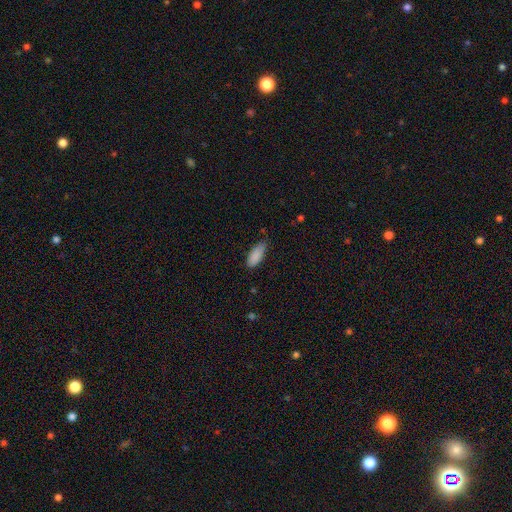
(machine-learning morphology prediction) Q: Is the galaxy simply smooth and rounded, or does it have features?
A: smooth — 89%.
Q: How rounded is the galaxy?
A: in between — 79%.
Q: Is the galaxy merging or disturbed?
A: none — 71%.